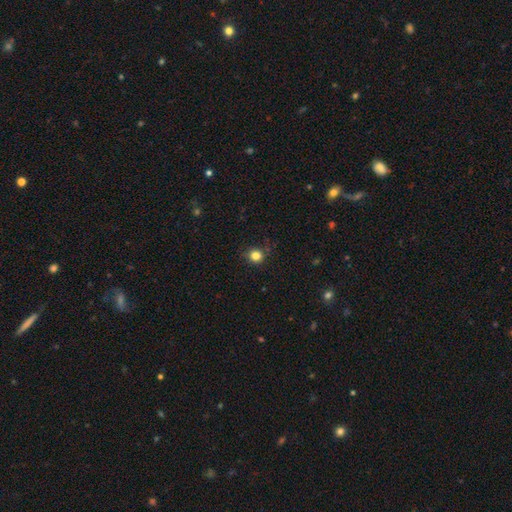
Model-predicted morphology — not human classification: Smooth or featured? smooth (82%)
How rounded? round (90%)
Merging? none (84%)